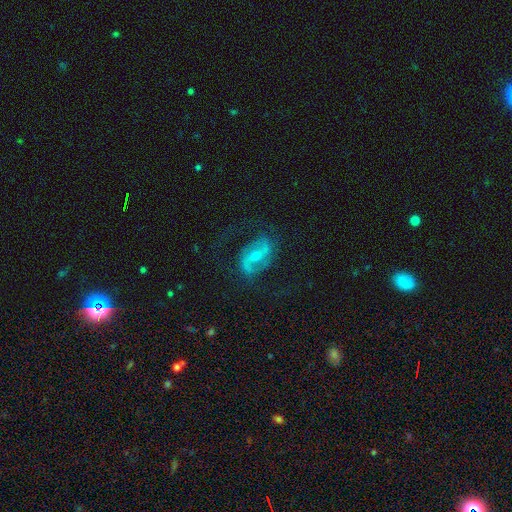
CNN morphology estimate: A featured or disk galaxy (82%) with a strong bar (44%), 2 (89%) medium (45%) spiral arms (90%) and a moderate central bulge (59%).

Vote fractions:
- Smooth or featured? featured or disk: 82% / smooth: 12% / star or artifact: 6%
- Edge-on disk? no: 96% / yes: 4%
- Bar? strong: 44% / weak: 36% / no: 19%
- Spiral arms? yes: 90% / no: 10%
- Spiral winding? medium: 45% / loose: 40% / tight: 15%
- Spiral arm count? 2: 89% / can't tell: 5% / 1: 3% / 3: 2% / 4: 1% / more than 4: 1%
- Bulge size? moderate: 59% / small: 37% / large: 2% / none: 1% / dominant: 1%
- Merging? none: 68% / minor disturbance: 16% / major disturbance: 15% / merger: 1%